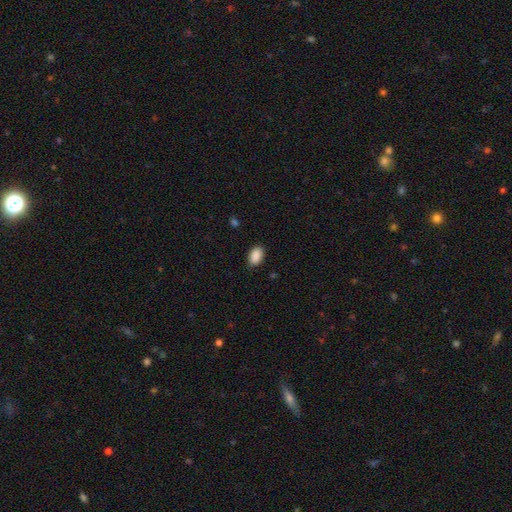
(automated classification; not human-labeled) Smooth or featured? Predicted: smooth (p=0.90). How rounded? Predicted: in between (p=0.91). Merging? Predicted: none (p=0.86).